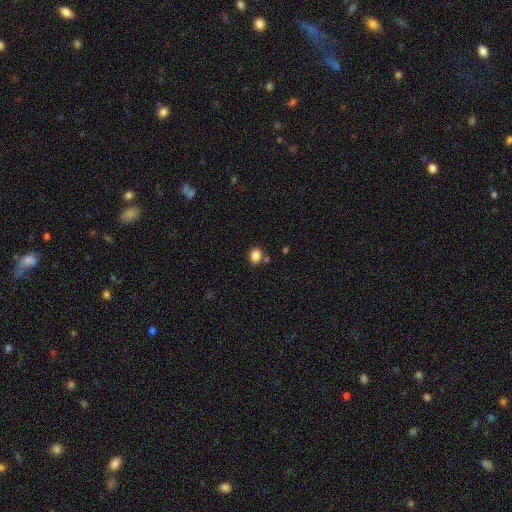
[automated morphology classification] smooth-or-featured: smooth: 85% | star or artifact: 10% | featured or disk: 5%
  how-rounded: round: 64% | in between: 35% | cigar-shaped: 1%
  merging: none: 76% | merger: 10% | minor disturbance: 10% | major disturbance: 3%